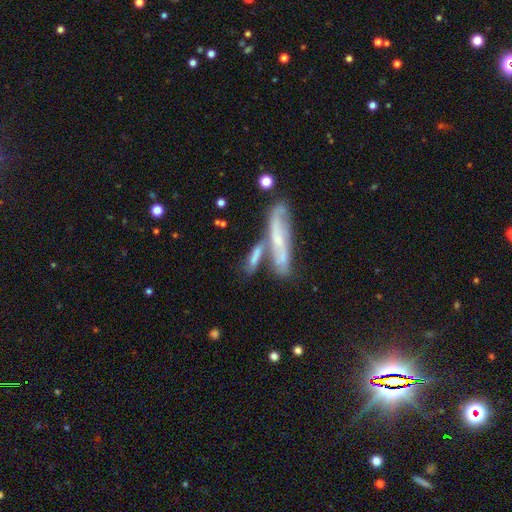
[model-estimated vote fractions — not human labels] smooth_or_featured: smooth (p=0.51) [alt: featured or disk p=0.41]
how_rounded: cigar-shaped (p=0.58) [alt: in between p=0.37]
merging: merger (p=0.54) [alt: none p=0.26]